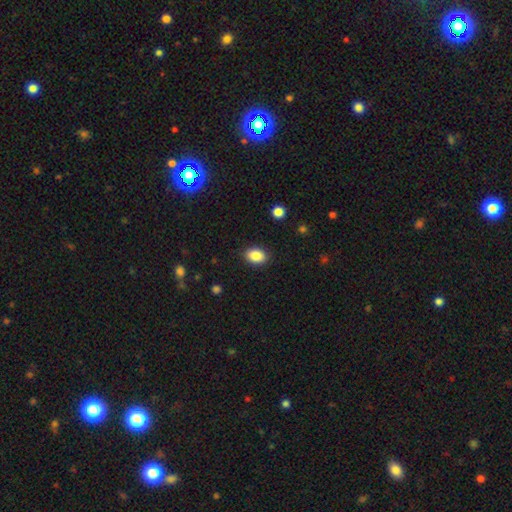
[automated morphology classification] Smooth or featured?
  - smooth: 87% *
  - star or artifact: 8%
  - featured or disk: 5%
How rounded?
  - in between: 81% *
  - round: 18%
  - cigar-shaped: 1%
Merging?
  - none: 89% *
  - minor disturbance: 8%
  - major disturbance: 2%
  - merger: 1%